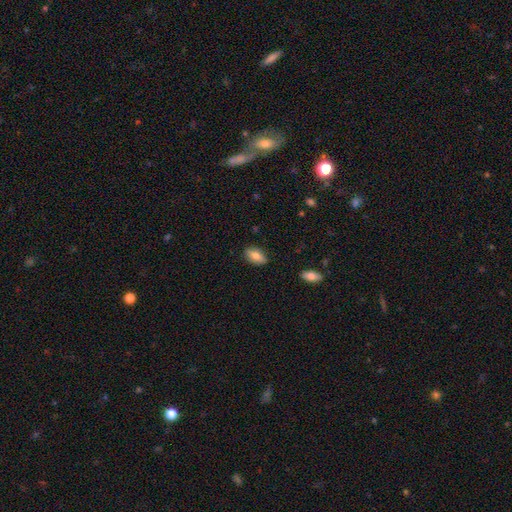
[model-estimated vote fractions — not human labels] Smooth or featured? smooth (76%)
How rounded? in between (90%)
Merging? none (86%)